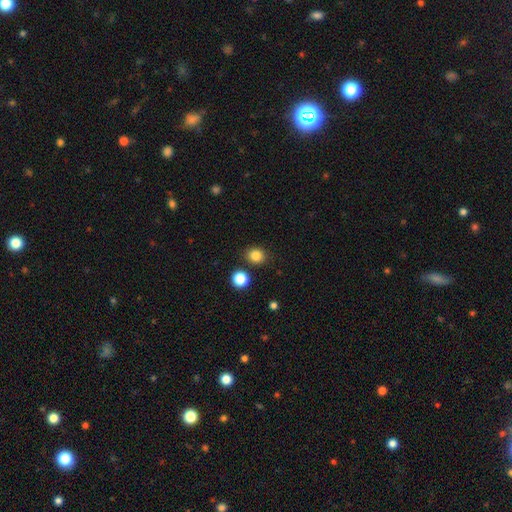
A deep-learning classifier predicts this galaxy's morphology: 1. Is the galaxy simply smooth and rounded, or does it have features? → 84% smooth, 12% star or artifact, 4% featured or disk.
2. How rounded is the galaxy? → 78% round, 21% in between, 1% cigar-shaped.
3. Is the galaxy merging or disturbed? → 84% none, 8% minor disturbance, 5% merger, 3% major disturbance.